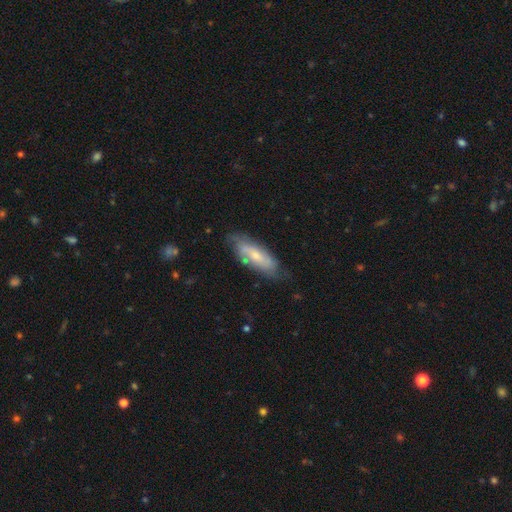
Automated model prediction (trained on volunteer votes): This is possibly a featured or disk galaxy (50%). Merging: likely none (67%).